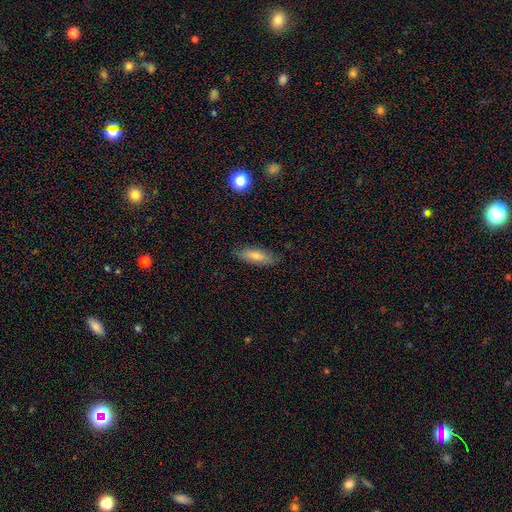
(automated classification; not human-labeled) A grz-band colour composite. It shows a smooth galaxy with no disk features (75%) that is in between round and cigar-shaped (54%). Merging: none (85%).